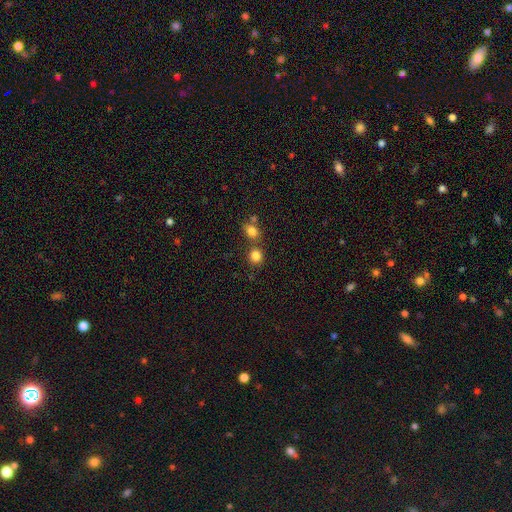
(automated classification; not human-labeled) smooth-or-featured: smooth: 82% | star or artifact: 12% | featured or disk: 5%
  how-rounded: round: 83% | in between: 16% | cigar-shaped: 1%
  merging: none: 66% | merger: 23% | minor disturbance: 8% | major disturbance: 3%